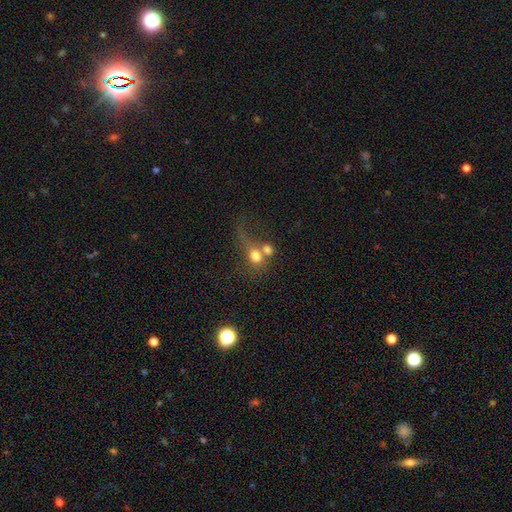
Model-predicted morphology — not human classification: The model was most divided on "how rounded": round: 49%, in between: 47%, cigar-shaped: 3%. More confident: smooth or featured — smooth (69%); merging — merger (57%).